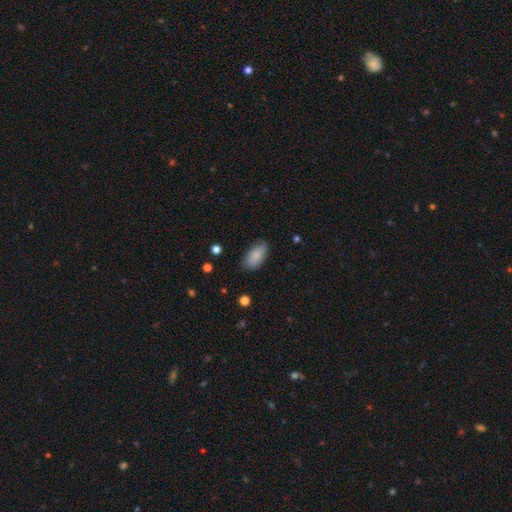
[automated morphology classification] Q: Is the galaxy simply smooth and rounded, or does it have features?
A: smooth — 84%.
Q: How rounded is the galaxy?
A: in between — 92%.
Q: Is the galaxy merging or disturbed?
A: none — 79%.